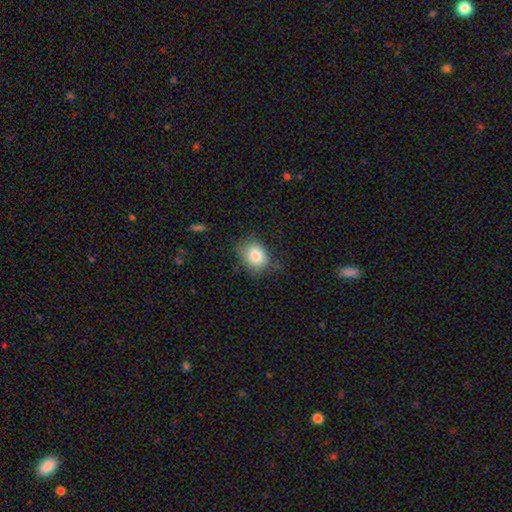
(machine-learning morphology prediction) The model was most divided on "how rounded": in between: 56%, round: 43%, cigar-shaped: 1%. More confident: smooth or featured — smooth (83%); merging — none (63%).